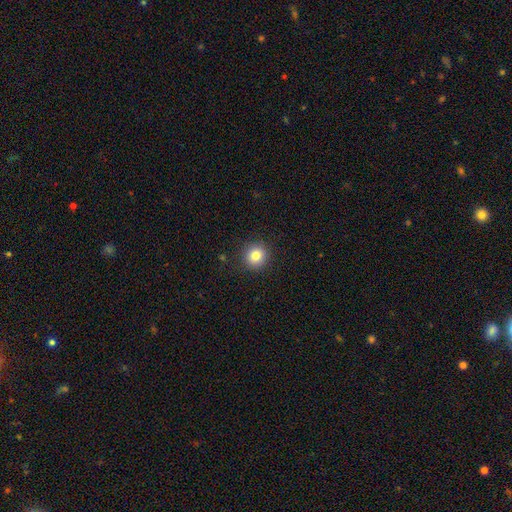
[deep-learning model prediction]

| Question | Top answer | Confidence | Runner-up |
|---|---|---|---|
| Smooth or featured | smooth | 82% | star or artifact (11%) |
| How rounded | round | 91% | in between (8%) |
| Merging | none | 90% | minor disturbance (6%) |